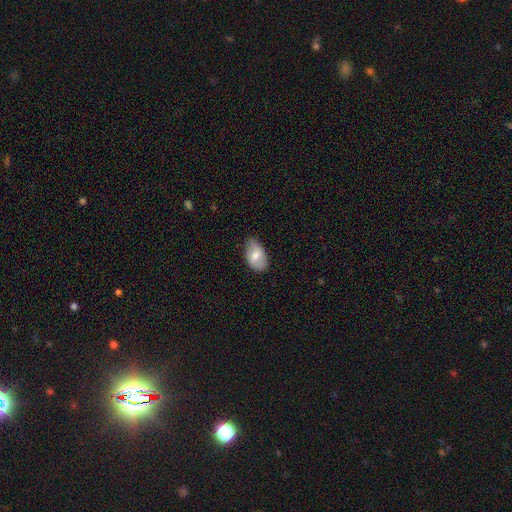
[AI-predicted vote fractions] Smooth or featured?
  - smooth: 69% *
  - featured or disk: 25%
  - star or artifact: 6%
How rounded?
  - in between: 92% *
  - round: 6%
  - cigar-shaped: 1%
Merging?
  - none: 72% *
  - minor disturbance: 23%
  - major disturbance: 4%
  - merger: 1%